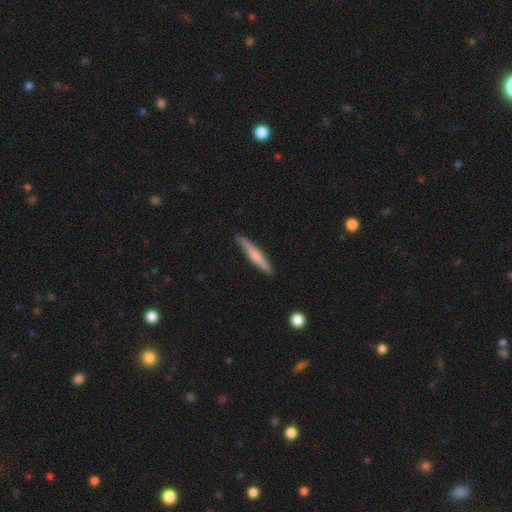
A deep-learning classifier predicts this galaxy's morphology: type=smooth (60%); roundness=cigar-shaped (94%); merging=none (88%).